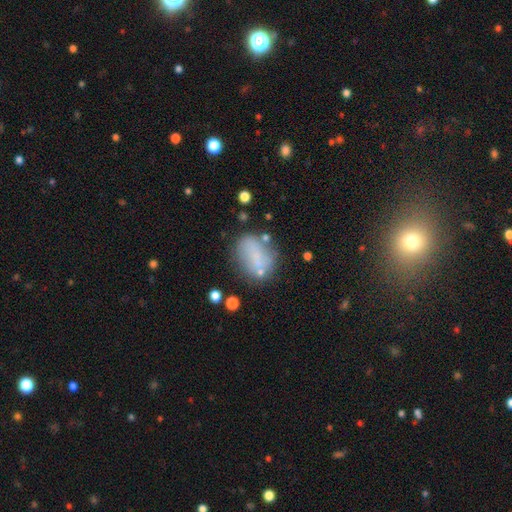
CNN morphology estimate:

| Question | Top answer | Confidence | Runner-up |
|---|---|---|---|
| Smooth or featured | smooth | 63% | featured or disk (25%) |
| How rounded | in between | 67% | round (30%) |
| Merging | none | 56% | minor disturbance (21%) |